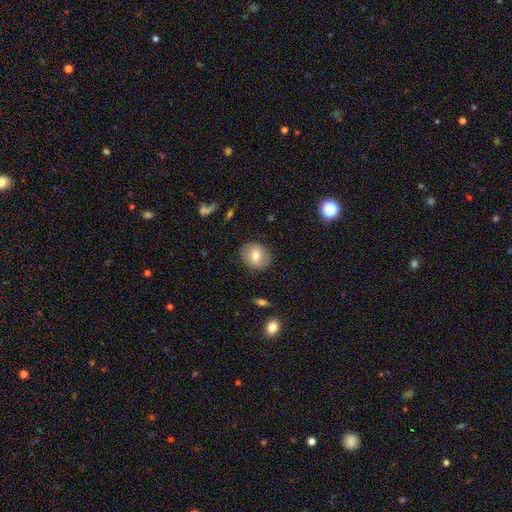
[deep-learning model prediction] Smooth or featured: smooth — 72% (featured or disk — 19%)
How rounded: round — 69% (in between — 30%)
Merging: none — 85% (minor disturbance — 11%)